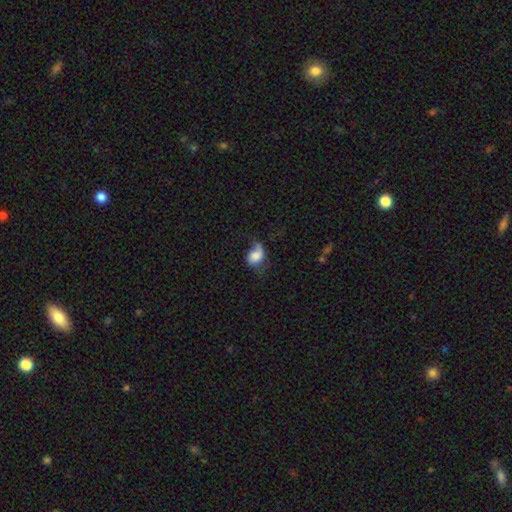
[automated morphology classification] smooth 67%, featured or disk 24%, star or artifact 9%. Down the decision tree: how rounded — in between (67%); merging — major disturbance (36%).